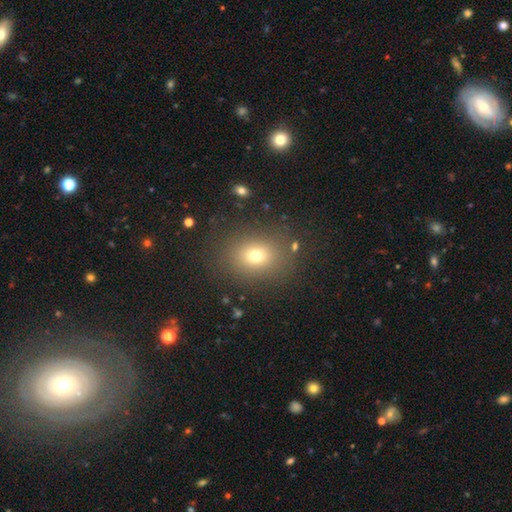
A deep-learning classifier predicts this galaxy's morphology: This is likely a smooth galaxy (71%). How rounded: possibly round (56%). Merging: clearly none (82%).